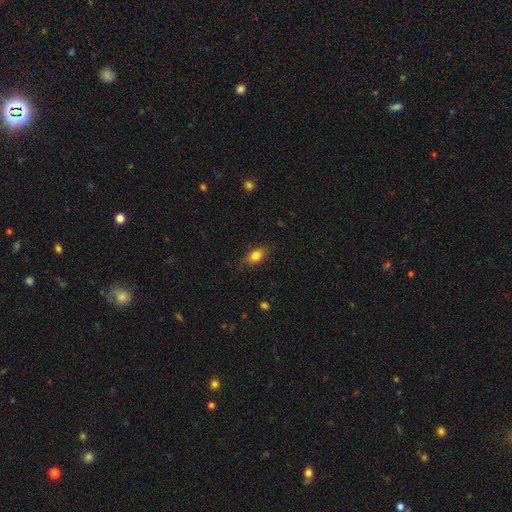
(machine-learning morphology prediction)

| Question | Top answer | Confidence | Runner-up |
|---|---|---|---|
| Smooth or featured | smooth | 81% | featured or disk (11%) |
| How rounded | in between | 84% | round (10%) |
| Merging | none | 82% | minor disturbance (14%) |